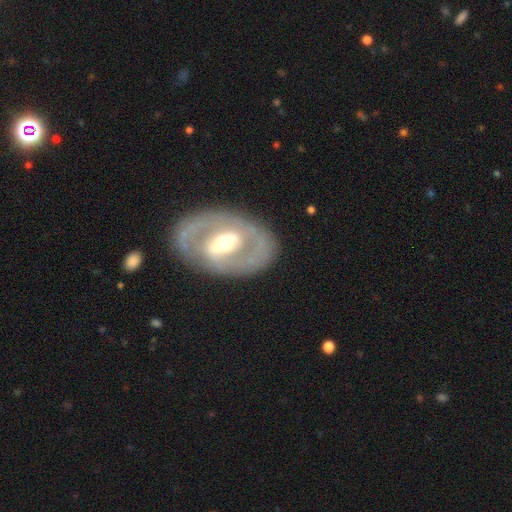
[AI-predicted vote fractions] Overall: featured or disk (77%). Edge-on disk: no (94%). Bar: weak (40%; strong 37%). Spiral arms: yes (55%; no 45%). Bulge size: moderate (67%). Merging: none (79%).